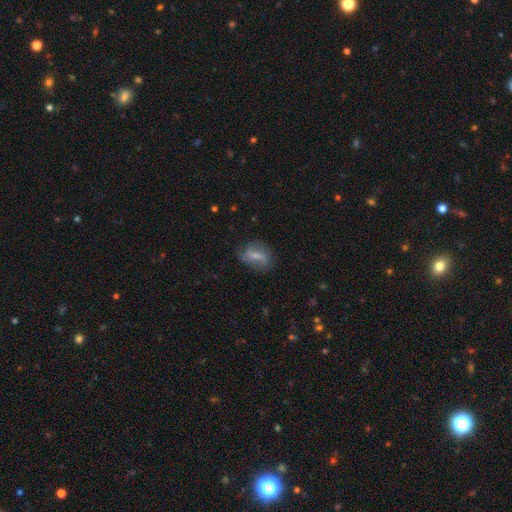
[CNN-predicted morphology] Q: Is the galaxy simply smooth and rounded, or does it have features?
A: smooth — 54%.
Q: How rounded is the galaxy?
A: in between — 72%.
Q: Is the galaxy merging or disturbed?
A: none — 64%.